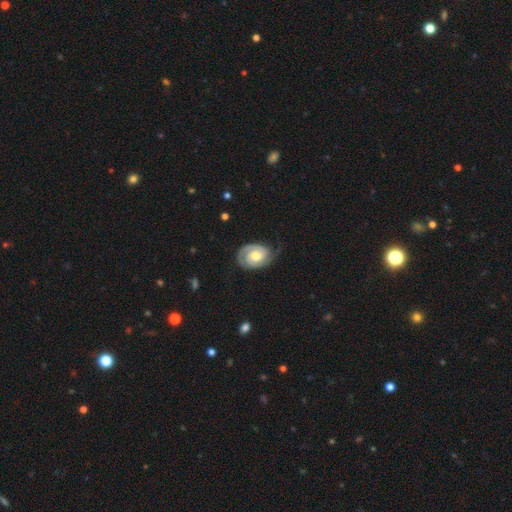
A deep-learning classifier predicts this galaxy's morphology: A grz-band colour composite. It shows a featured or disk galaxy (83%) with no bar (68%), 2 (65%) tight (68%) spiral arms (96%) and a moderate central bulge (66%). Merging: none (65%).